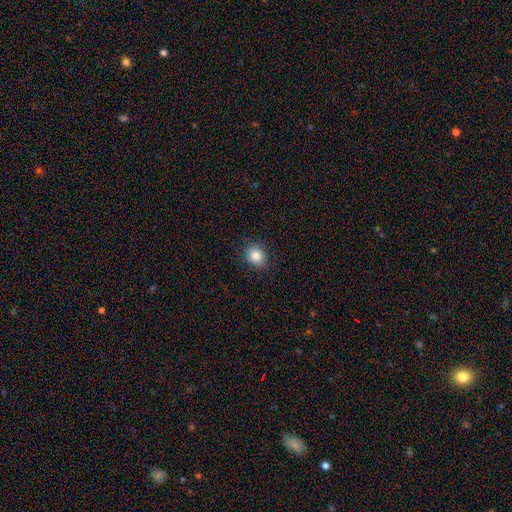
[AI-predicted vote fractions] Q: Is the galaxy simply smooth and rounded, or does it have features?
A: smooth — 83%.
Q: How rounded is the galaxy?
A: round — 70%.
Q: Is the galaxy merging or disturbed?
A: none — 86%.